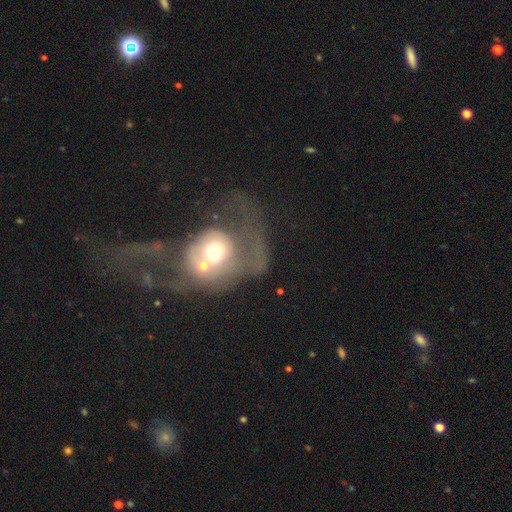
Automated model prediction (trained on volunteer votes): Smooth or featured? Predicted: featured or disk (p=0.57). Edge-on disk? Predicted: no (p=0.96). Bar? Predicted: no (p=0.81). Spiral arms? Predicted: no (p=0.53). Bulge size? Predicted: moderate (p=0.62). Merging? Predicted: merger (p=0.51).